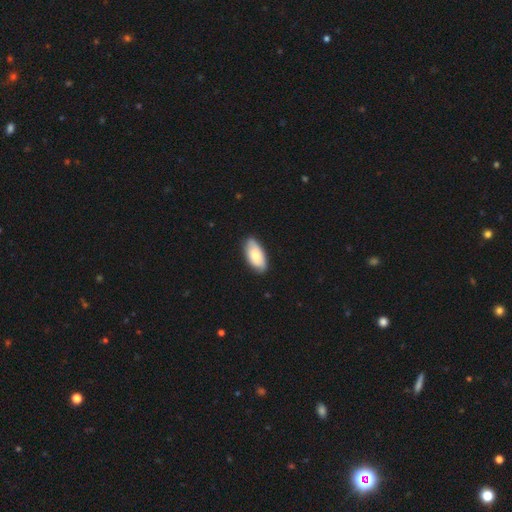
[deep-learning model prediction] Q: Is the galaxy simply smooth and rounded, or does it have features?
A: smooth — 75%.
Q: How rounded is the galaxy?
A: in between — 93%.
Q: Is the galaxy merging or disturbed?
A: none — 84%.